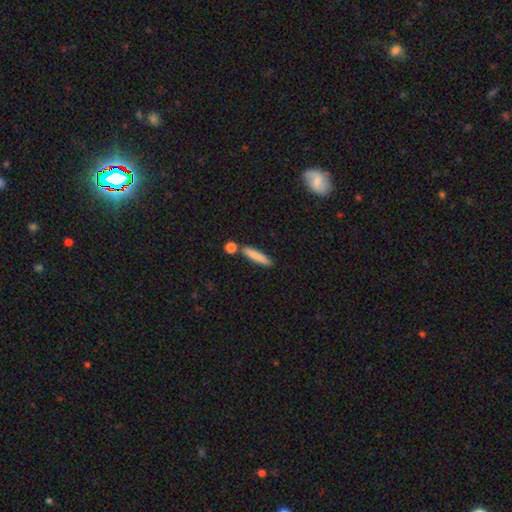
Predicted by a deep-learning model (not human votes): smooth 82%, featured or disk 12%, star or artifact 7%. Down the decision tree: how rounded — cigar-shaped (85%); merging — none (78%).